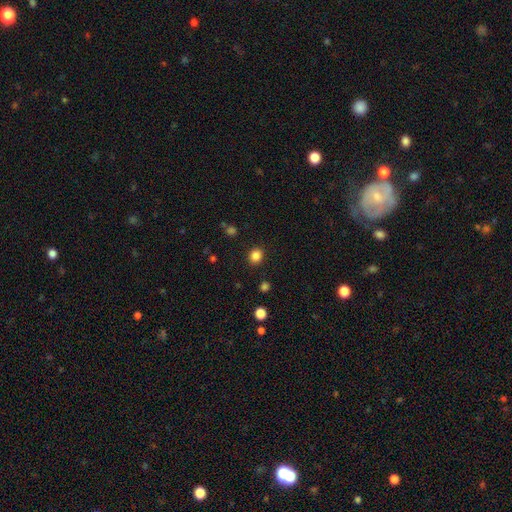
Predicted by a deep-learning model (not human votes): Morphology: type=smooth (85%); roundness=round (73%); merging=none (89%).